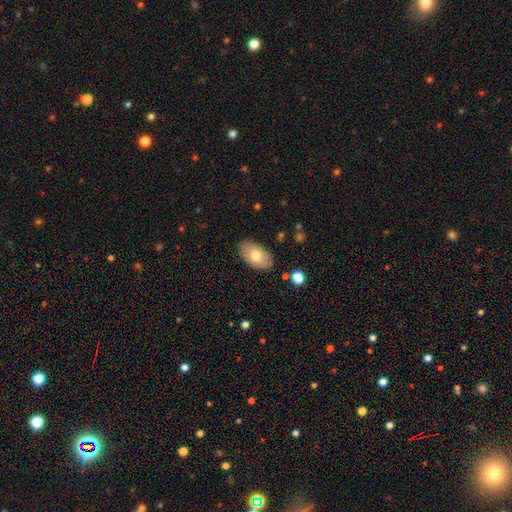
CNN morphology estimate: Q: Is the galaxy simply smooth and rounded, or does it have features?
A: smooth — 67%.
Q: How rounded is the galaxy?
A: in between — 93%.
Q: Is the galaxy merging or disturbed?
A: none — 85%.